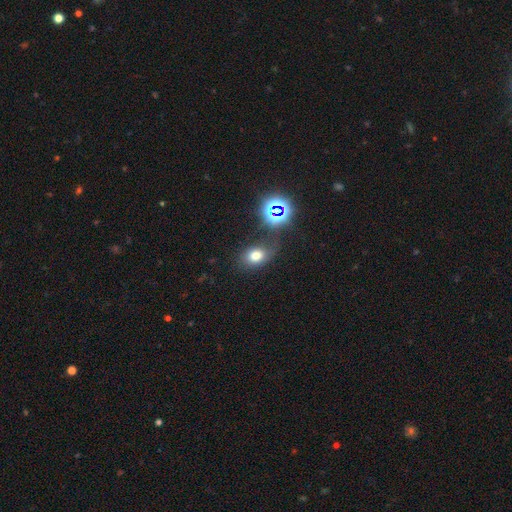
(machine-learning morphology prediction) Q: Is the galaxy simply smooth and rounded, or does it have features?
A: smooth — 69%.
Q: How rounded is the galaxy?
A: in between — 69%.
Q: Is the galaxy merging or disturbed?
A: none — 63%.